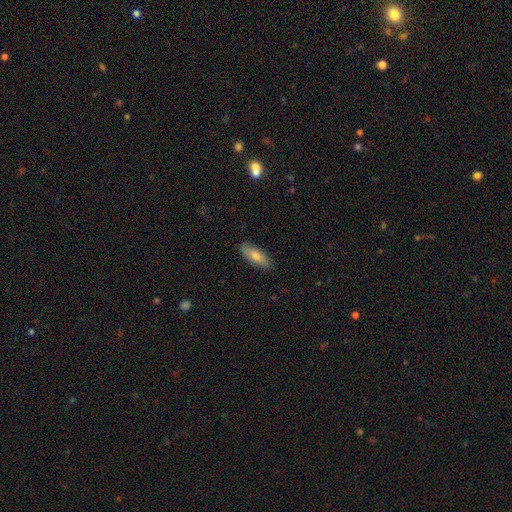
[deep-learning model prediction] Smooth or featured? Predicted: smooth (p=0.77). How rounded? Predicted: in between (p=0.67). Merging? Predicted: none (p=0.85).